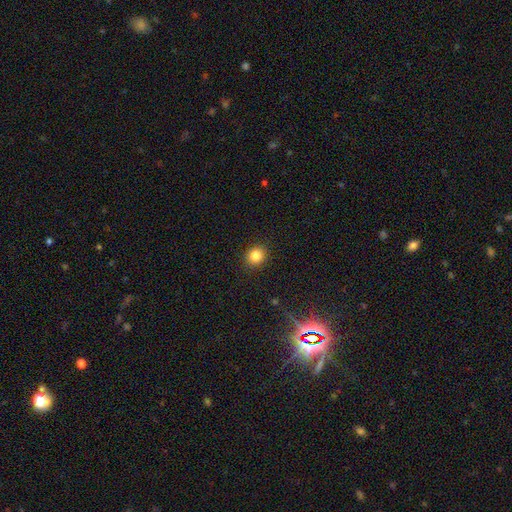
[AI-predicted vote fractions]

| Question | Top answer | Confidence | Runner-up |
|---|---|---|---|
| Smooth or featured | smooth | 83% | star or artifact (12%) |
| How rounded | round | 79% | in between (20%) |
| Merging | none | 90% | minor disturbance (6%) |